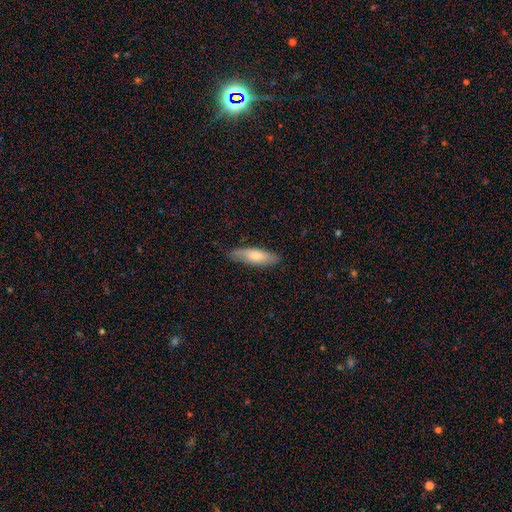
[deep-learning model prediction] Smooth or featured? smooth (68%)
How rounded? cigar-shaped (50%)
Merging? none (77%)